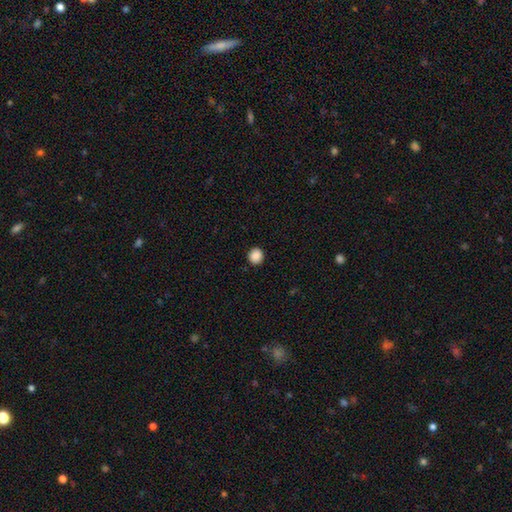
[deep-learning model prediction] Smooth or featured: smooth — 89% (star or artifact — 9%)
How rounded: round — 91% (in between — 8%)
Merging: none — 92% (minor disturbance — 5%)